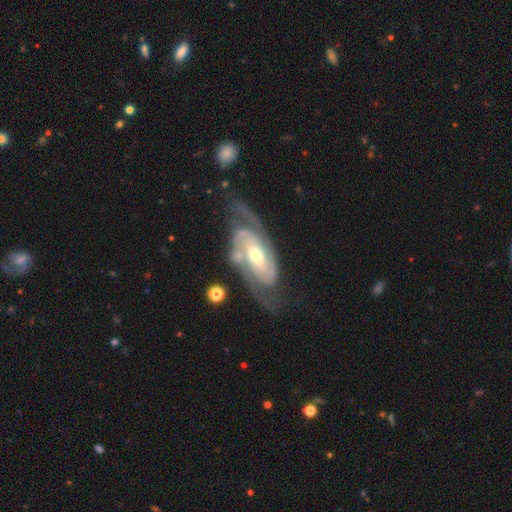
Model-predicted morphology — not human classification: smooth_or_featured: featured or disk (p=0.90) [alt: smooth p=0.06]
disk_edge_on: no (p=0.94) [alt: yes p=0.06]
bar: no (p=0.45) [alt: weak p=0.35]
has_spiral_arms: yes (p=0.97) [alt: no p=0.03]
spiral_winding: tight (p=0.58) [alt: medium p=0.34]
spiral_arm_count: 2 (p=0.79) [alt: can't tell p=0.09]
bulge_size: moderate (p=0.63) [alt: small p=0.30]
merging: none (p=0.65) [alt: minor disturbance p=0.19]